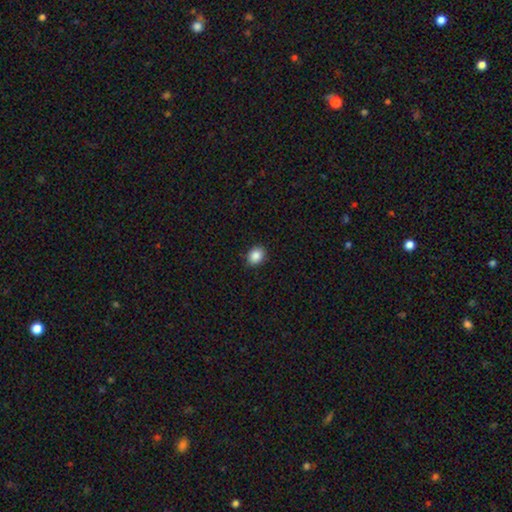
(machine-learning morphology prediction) A smooth galaxy with no disk features (87%) that is in between round and cigar-shaped (50%). Merging: none (89%).